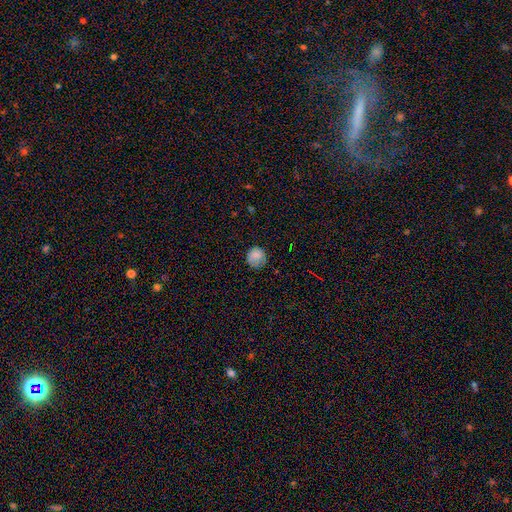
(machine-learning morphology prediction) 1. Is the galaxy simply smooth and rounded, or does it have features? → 84% smooth, 9% star or artifact, 6% featured or disk.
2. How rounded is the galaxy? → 88% round, 11% in between, 1% cigar-shaped.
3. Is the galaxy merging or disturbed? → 74% none, 20% minor disturbance, 5% major disturbance, 1% merger.